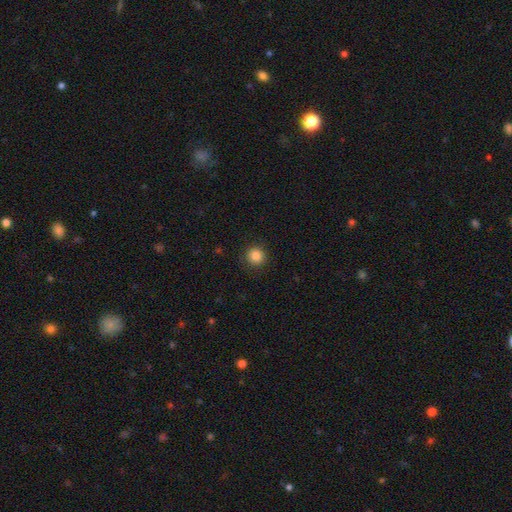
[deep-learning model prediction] This is clearly a smooth galaxy (86%). How rounded: clearly round (95%). Merging: clearly none (91%).